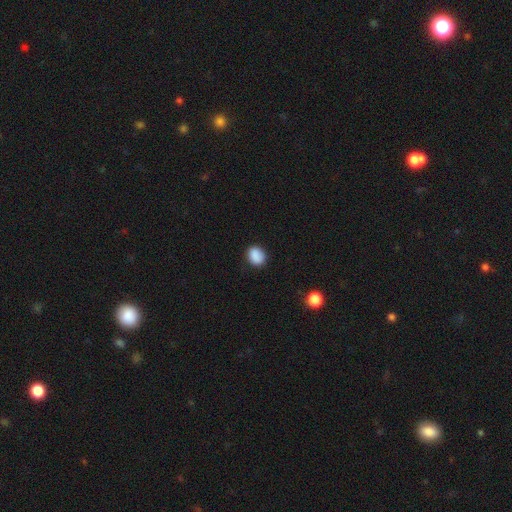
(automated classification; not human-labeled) Smooth or featured?
  - smooth: 88% *
  - star or artifact: 9%
  - featured or disk: 3%
How rounded?
  - round: 50% *
  - in between: 49%
  - cigar-shaped: 1%
Merging?
  - none: 85% *
  - minor disturbance: 11%
  - major disturbance: 3%
  - merger: 1%